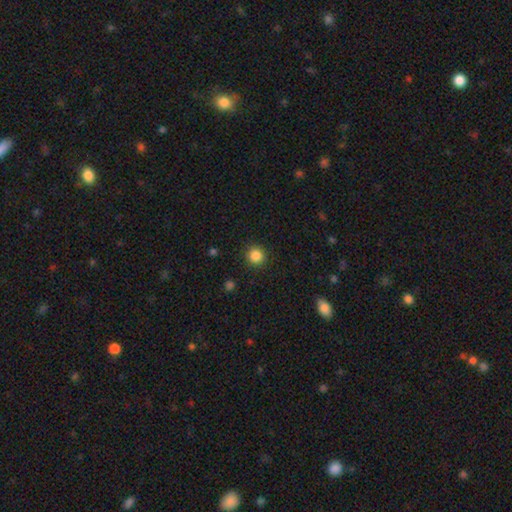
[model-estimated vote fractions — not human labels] Overall: smooth (86%). How rounded: round (93%). Merging: none (91%).